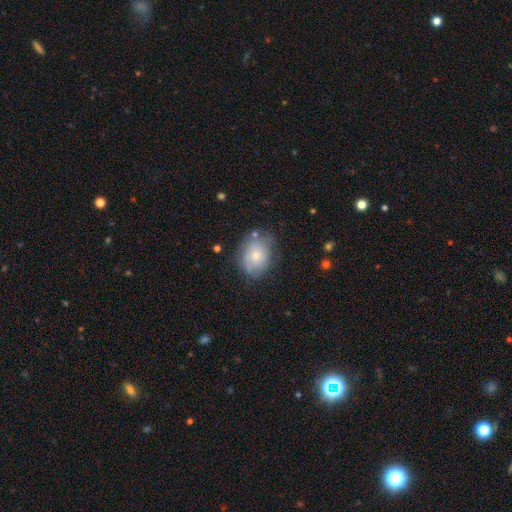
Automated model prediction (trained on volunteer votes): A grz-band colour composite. It shows a smooth galaxy with no disk features (61%) that is round (50%). Merging: none (63%).